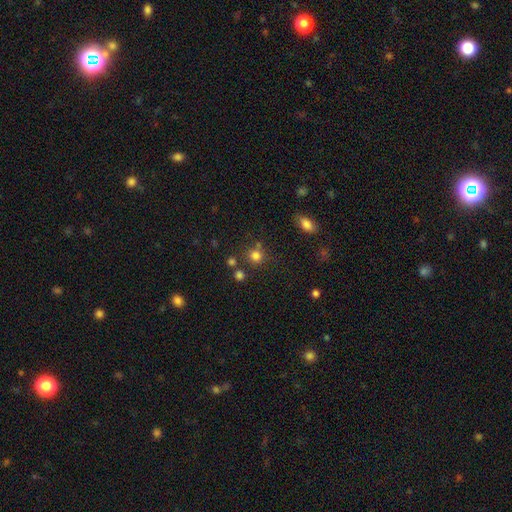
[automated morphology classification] Smooth or featured?
  - smooth: 78% *
  - star or artifact: 15%
  - featured or disk: 7%
How rounded?
  - round: 89% *
  - in between: 10%
  - cigar-shaped: 1%
Merging?
  - none: 71% *
  - merger: 14%
  - minor disturbance: 10%
  - major disturbance: 4%